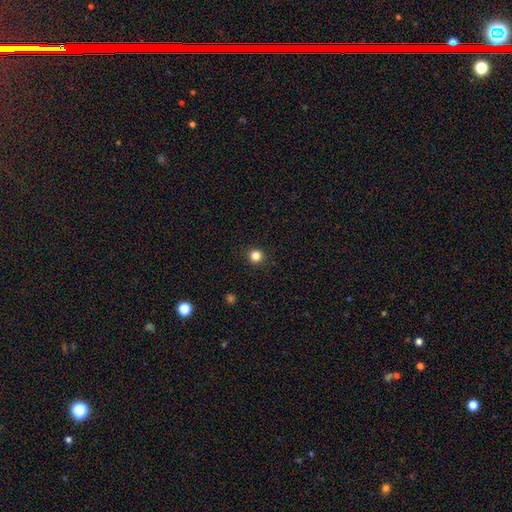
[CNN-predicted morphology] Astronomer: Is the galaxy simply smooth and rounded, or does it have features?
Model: smooth — 83%.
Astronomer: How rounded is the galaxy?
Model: round — 94%.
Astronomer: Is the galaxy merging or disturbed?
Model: none — 92%.